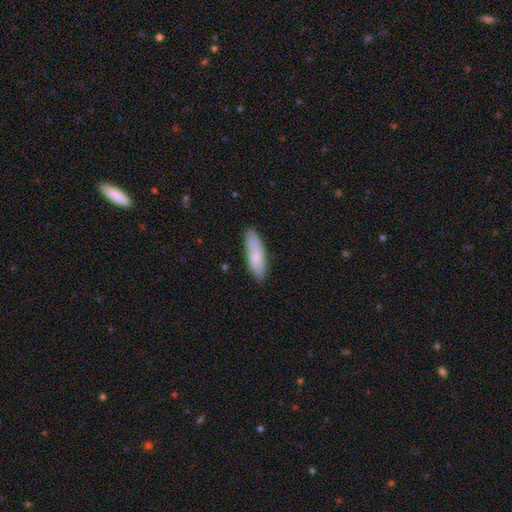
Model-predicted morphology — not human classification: A smooth galaxy with no disk features (75%) that is in between round and cigar-shaped (49%, tied with cigar-shaped).

Vote fractions:
- Smooth or featured? smooth: 75% / featured or disk: 19% / star or artifact: 6%
- How rounded? in between: 49% (tied) / cigar-shaped: 49% (tied) / round: 2%
- Merging? none: 80% / minor disturbance: 16% / major disturbance: 3% / merger: 2%